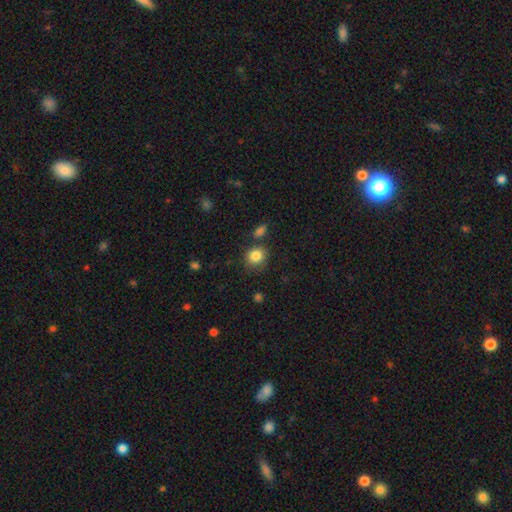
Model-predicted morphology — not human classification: Smooth or featured?
  - smooth: 85% *
  - star or artifact: 9%
  - featured or disk: 5%
How rounded?
  - round: 80% *
  - in between: 19%
  - cigar-shaped: 1%
Merging?
  - none: 74% *
  - minor disturbance: 14%
  - merger: 8%
  - major disturbance: 4%